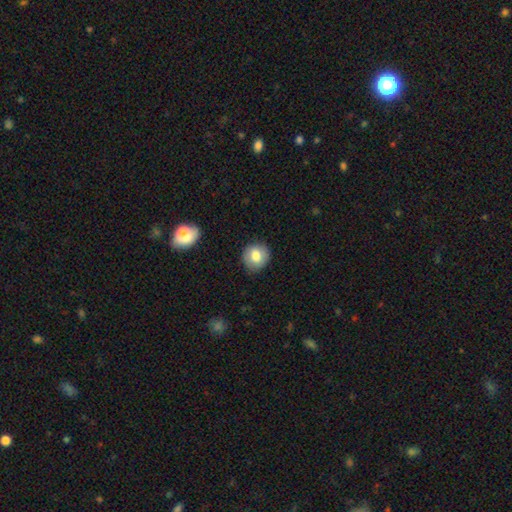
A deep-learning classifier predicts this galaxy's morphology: This is likely a smooth galaxy (76%). How rounded: clearly round (86%). Merging: clearly none (87%).